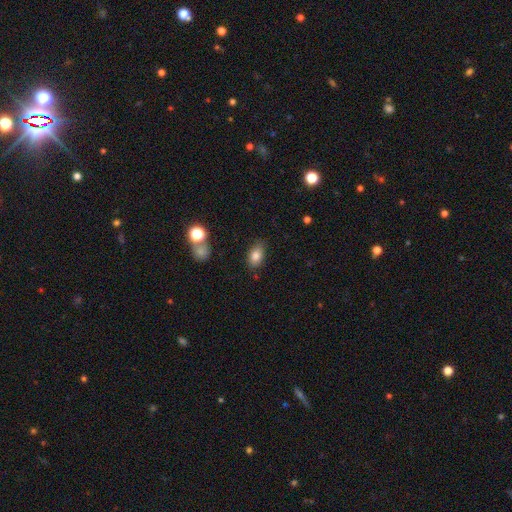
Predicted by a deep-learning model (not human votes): A smooth galaxy with no disk features (82%) that is in between round and cigar-shaped (85%). Merging: none (77%).